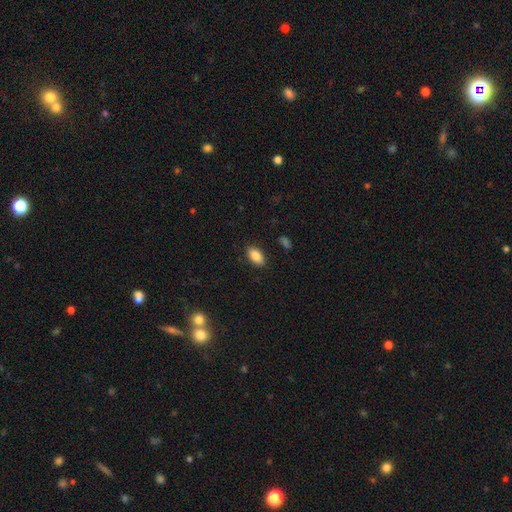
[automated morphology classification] smooth_or_featured: smooth (p=0.86) [alt: star or artifact p=0.07]
how_rounded: in between (p=0.93) [alt: round p=0.05]
merging: none (p=0.87) [alt: minor disturbance p=0.09]